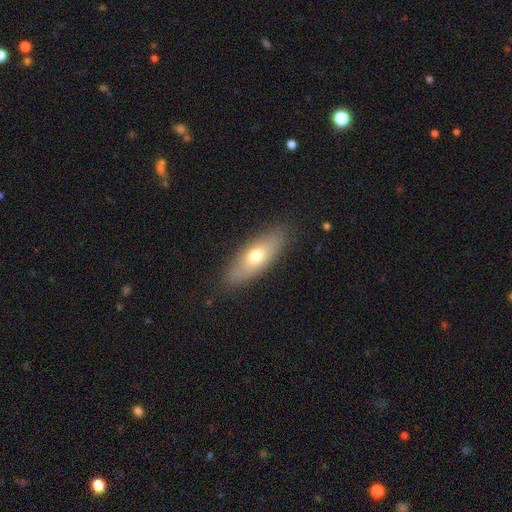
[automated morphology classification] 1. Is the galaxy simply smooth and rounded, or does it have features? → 65% smooth, 29% featured or disk, 7% star or artifact.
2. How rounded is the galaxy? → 63% in between, 34% cigar-shaped, 3% round.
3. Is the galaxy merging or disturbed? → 85% none, 11% minor disturbance, 3% major disturbance, 1% merger.